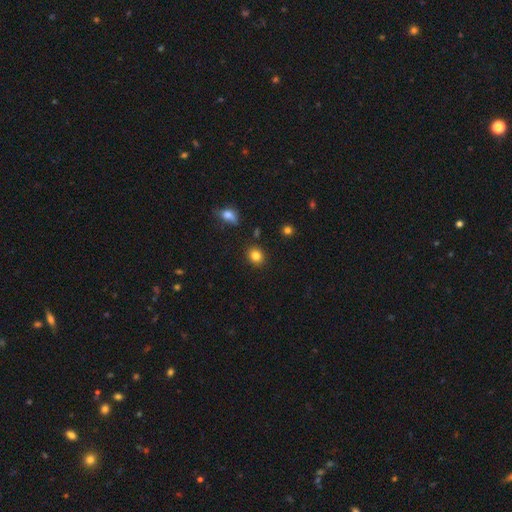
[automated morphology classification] Smooth or featured?
  - smooth: 83% *
  - star or artifact: 11%
  - featured or disk: 6%
How rounded?
  - round: 74% *
  - in between: 25%
  - cigar-shaped: 1%
Merging?
  - none: 87% *
  - minor disturbance: 8%
  - merger: 3%
  - major disturbance: 2%